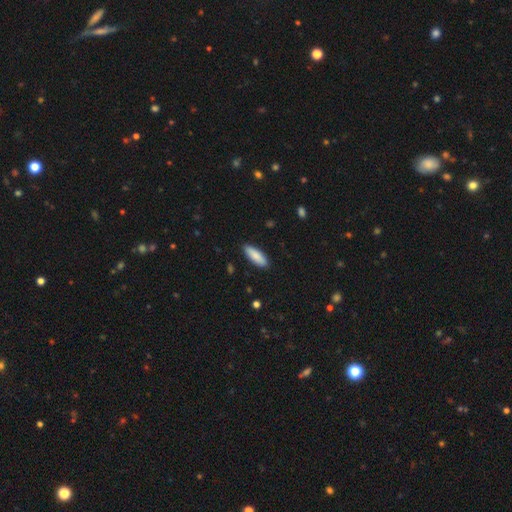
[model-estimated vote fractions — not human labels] Q: Smooth or featured?
A: smooth (87%); runner-up: featured or disk (8%)
Q: How rounded?
A: in between (58%); runner-up: cigar-shaped (41%)
Q: Merging?
A: none (89%); runner-up: minor disturbance (8%)